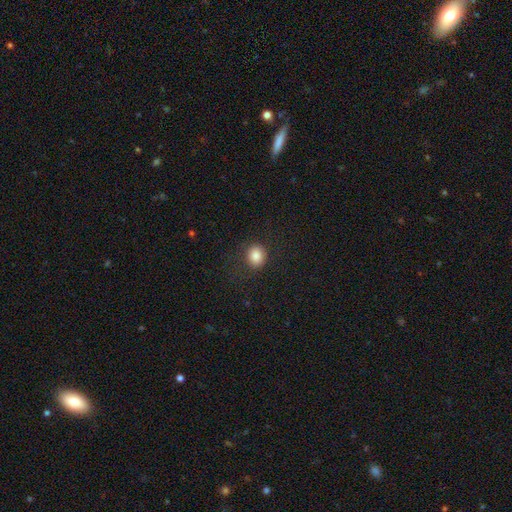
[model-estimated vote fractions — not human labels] A smooth galaxy with no disk features (85%) that is round (70%). Merging: none (85%).